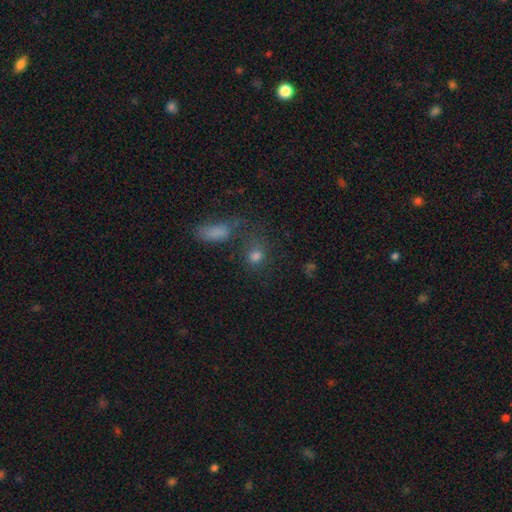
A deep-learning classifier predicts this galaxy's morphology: Overall: smooth (72%). How rounded: round (60%; in between 36%). Merging: none (50%; merger 25%).